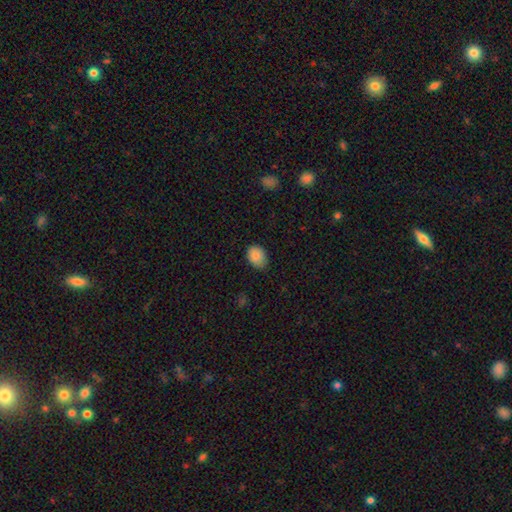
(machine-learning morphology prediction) Q: Smooth or featured?
A: smooth (86%); runner-up: star or artifact (8%)
Q: How rounded?
A: in between (71%); runner-up: round (28%)
Q: Merging?
A: none (72%); runner-up: minor disturbance (24%)